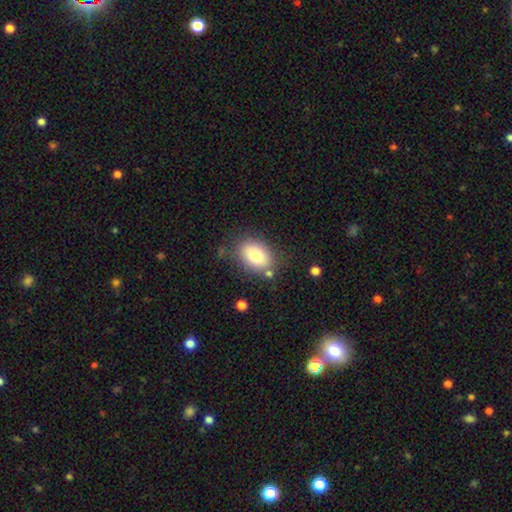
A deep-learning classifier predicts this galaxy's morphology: This is likely a smooth galaxy (79%). How rounded: likely in between (77%). Merging: likely none (75%).